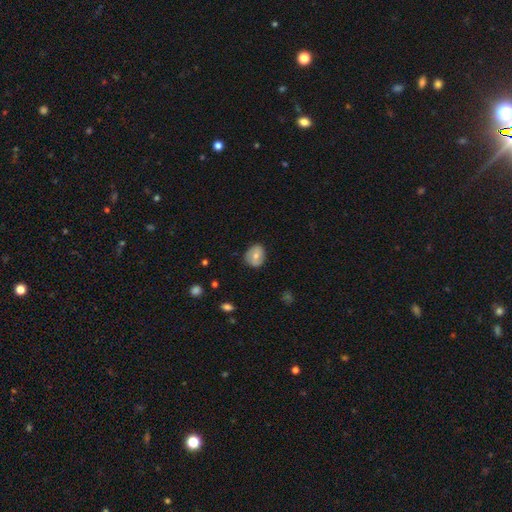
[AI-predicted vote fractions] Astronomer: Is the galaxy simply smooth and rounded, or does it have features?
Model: smooth — 62%.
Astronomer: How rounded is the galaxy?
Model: round — 57% (runner-up: in between, 42%).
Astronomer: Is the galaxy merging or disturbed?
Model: none — 76%.